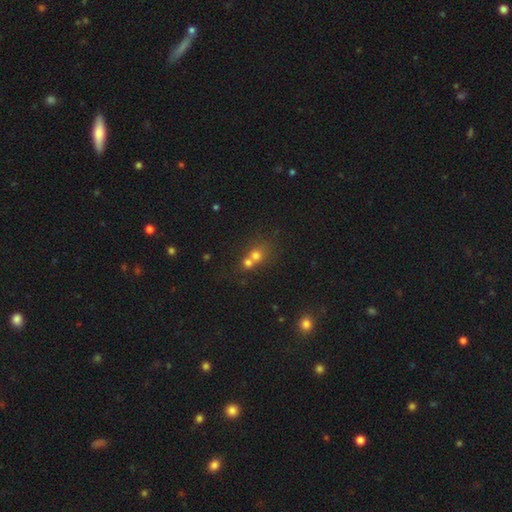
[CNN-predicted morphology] smooth_or_featured: smooth (p=0.67) [alt: featured or disk p=0.17]
how_rounded: round (p=0.76) [alt: in between p=0.22]
merging: merger (p=0.63) [alt: none p=0.28]